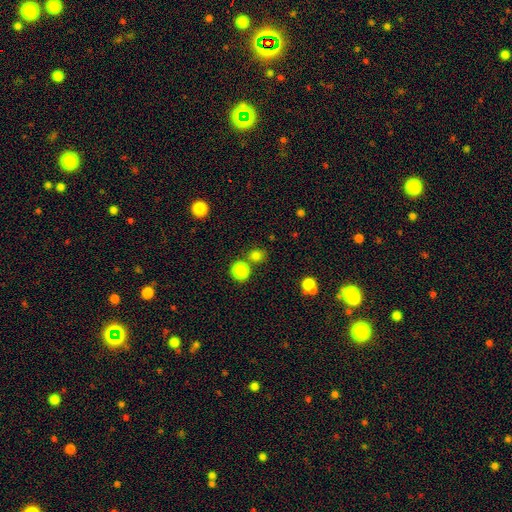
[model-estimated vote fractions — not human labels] This appears to be a smooth galaxy with no disk features (78%) that is round (83%). Merging: none (69%).